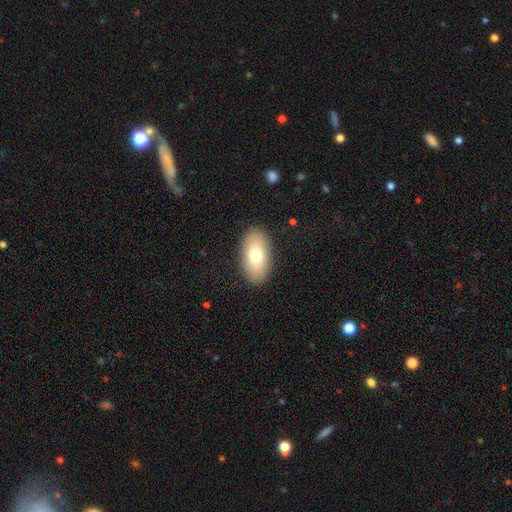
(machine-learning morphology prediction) This appears to be a smooth galaxy with no disk features (73%) that is in between round and cigar-shaped (93%). Merging: none (88%).